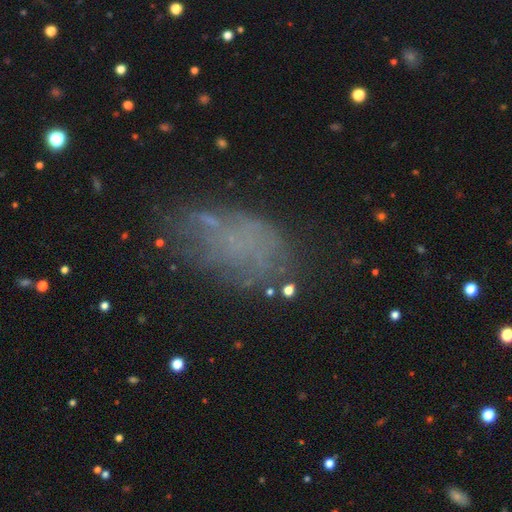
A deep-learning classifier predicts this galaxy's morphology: Smooth or featured? Predicted: smooth (p=0.49). Merging? Predicted: none (p=0.54).